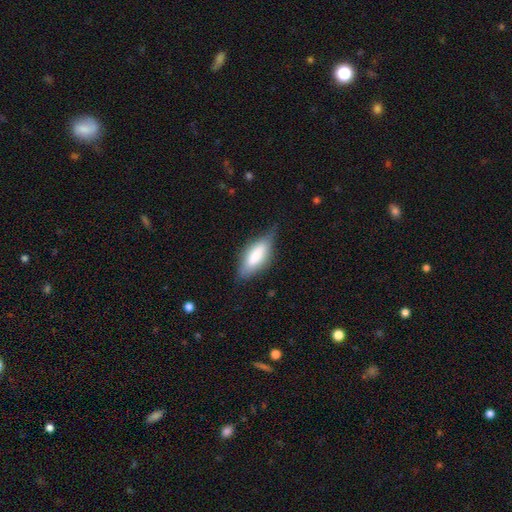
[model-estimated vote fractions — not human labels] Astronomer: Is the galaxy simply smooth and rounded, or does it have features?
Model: smooth — 70%.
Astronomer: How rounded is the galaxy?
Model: in between — 70%.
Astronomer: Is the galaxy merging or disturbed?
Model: none — 65%.